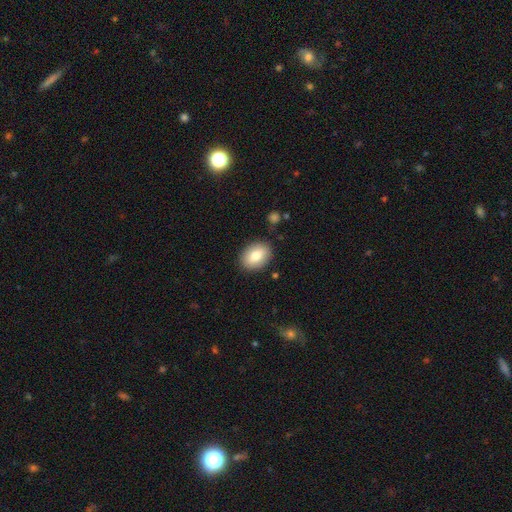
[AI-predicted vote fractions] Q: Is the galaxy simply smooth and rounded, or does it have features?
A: smooth — 81%.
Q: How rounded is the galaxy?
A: in between — 74%.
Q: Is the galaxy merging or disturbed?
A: none — 86%.